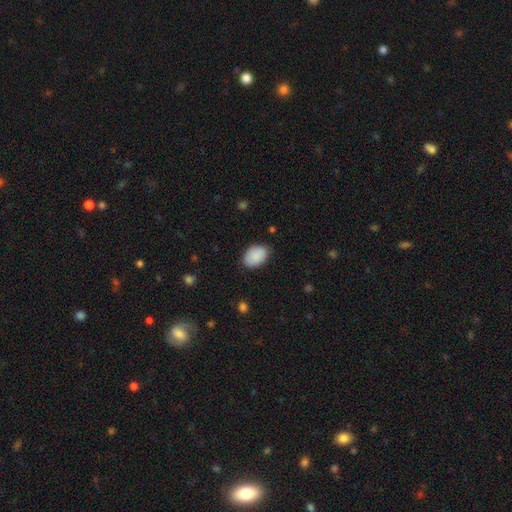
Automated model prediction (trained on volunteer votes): smooth_or_featured: smooth (p=0.90) [alt: star or artifact p=0.06]
how_rounded: in between (p=0.87) [alt: round p=0.12]
merging: none (p=0.84) [alt: minor disturbance p=0.12]